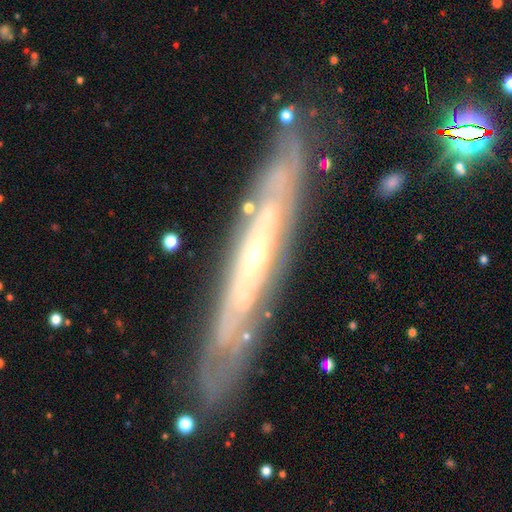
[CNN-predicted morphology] The model was most divided on "edge-on disk": yes: 56%, no: 44%. More confident: merging — none (82%); smooth or featured — featured or disk (80%).